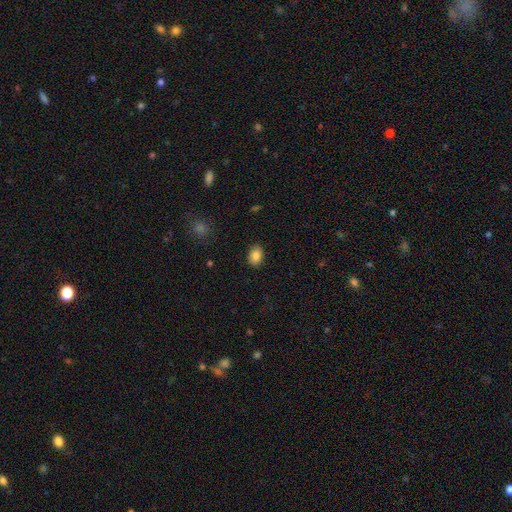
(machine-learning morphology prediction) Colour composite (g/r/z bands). It shows a smooth galaxy with no disk features (85%) that is in between round and cigar-shaped (78%). Merging: none (88%).